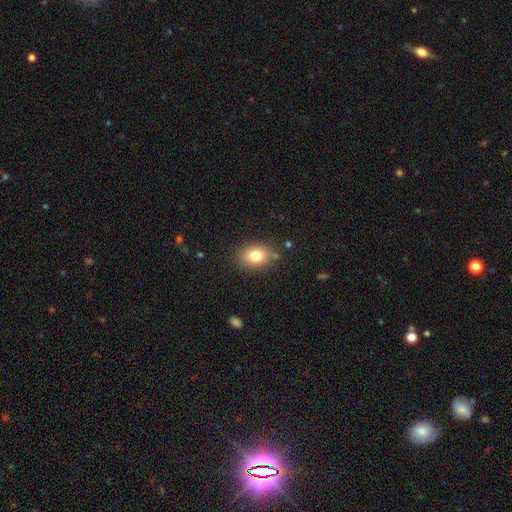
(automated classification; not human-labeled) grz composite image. It shows a smooth galaxy with no disk features (79%) that is in between round and cigar-shaped (67%). Merging: none (81%).